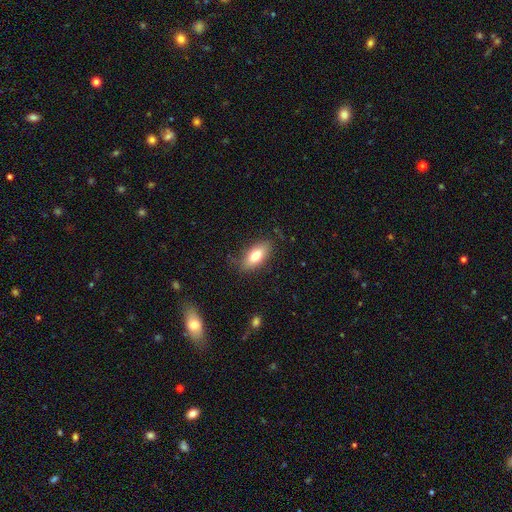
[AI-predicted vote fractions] Smooth or featured: smooth — 77% (featured or disk — 16%)
How rounded: in between — 88% (cigar-shaped — 9%)
Merging: none — 79% (minor disturbance — 16%)